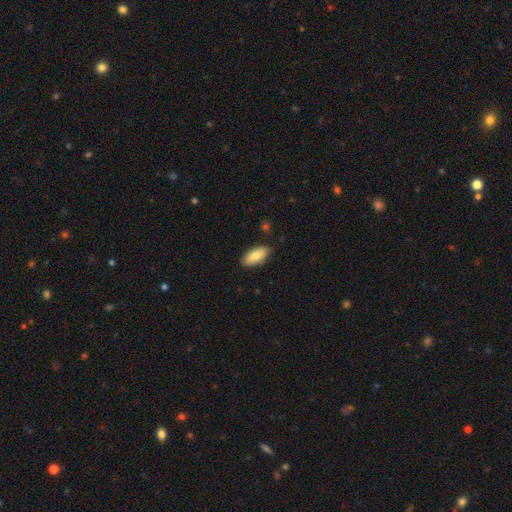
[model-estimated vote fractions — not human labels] Smooth or featured? smooth (78%)
How rounded? in between (87%)
Merging? none (85%)